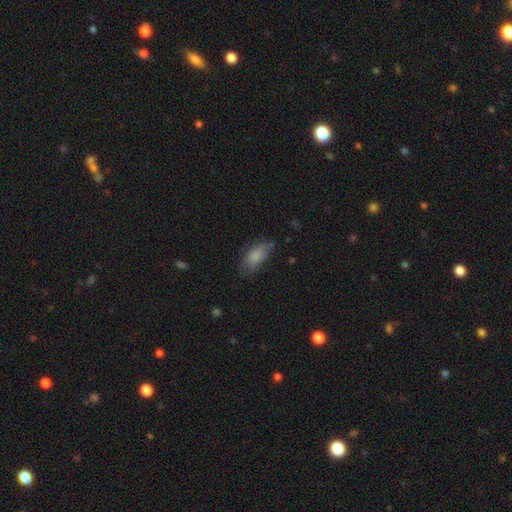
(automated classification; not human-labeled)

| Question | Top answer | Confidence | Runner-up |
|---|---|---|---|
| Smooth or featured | smooth | 80% | featured or disk (12%) |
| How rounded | in between | 86% | cigar-shaped (11%) |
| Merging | none | 61% | minor disturbance (28%) |